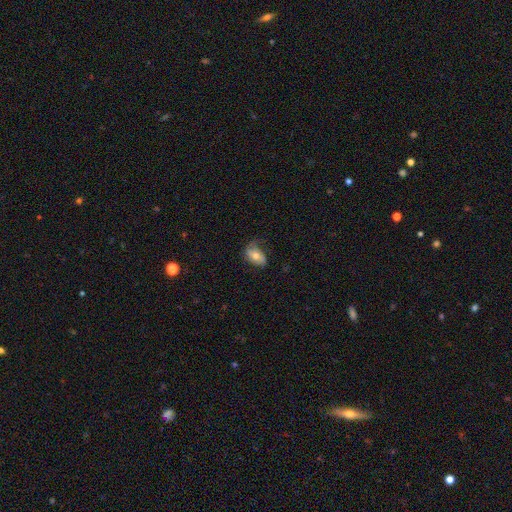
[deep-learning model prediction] smooth 57%, featured or disk 35%, star or artifact 8%. Down the decision tree: how rounded — in between (88%); merging — none (56%).